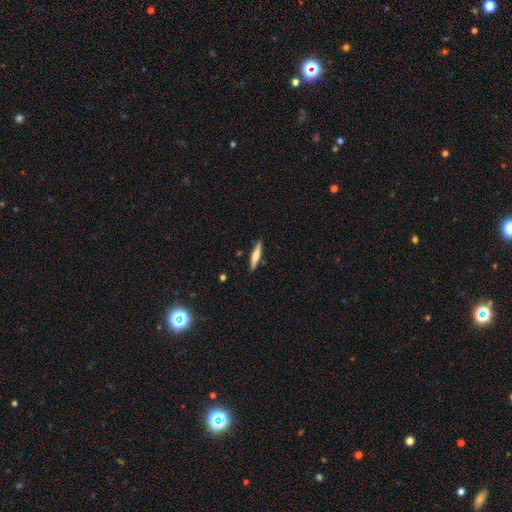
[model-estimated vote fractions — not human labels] Smooth or featured? Predicted: smooth (p=0.55). How rounded? Predicted: cigar-shaped (p=0.89). Merging? Predicted: none (p=0.87).